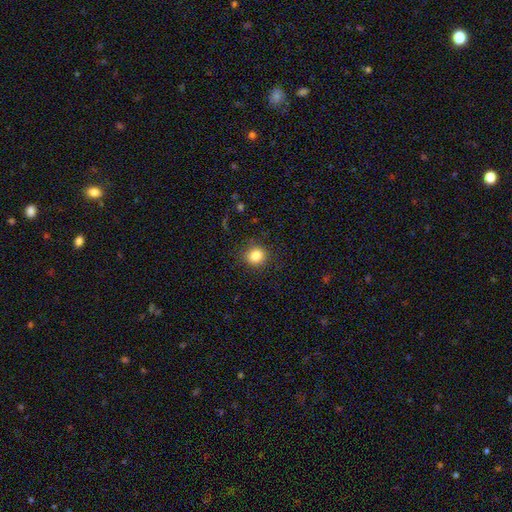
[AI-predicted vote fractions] Overall: smooth (84%). How rounded: round (89%). Merging: none (89%).